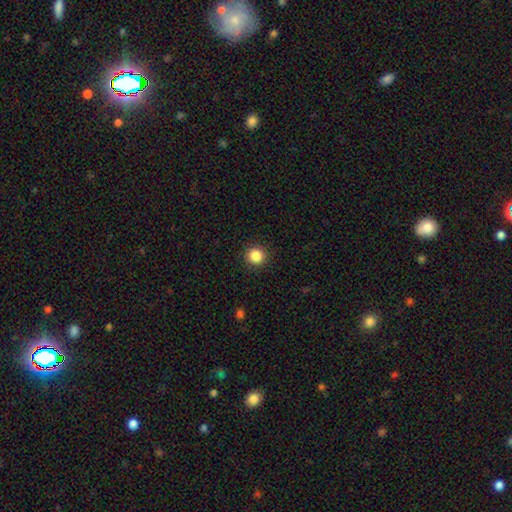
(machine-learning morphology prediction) type=smooth (86%); roundness=round (94%); merging=none (92%).